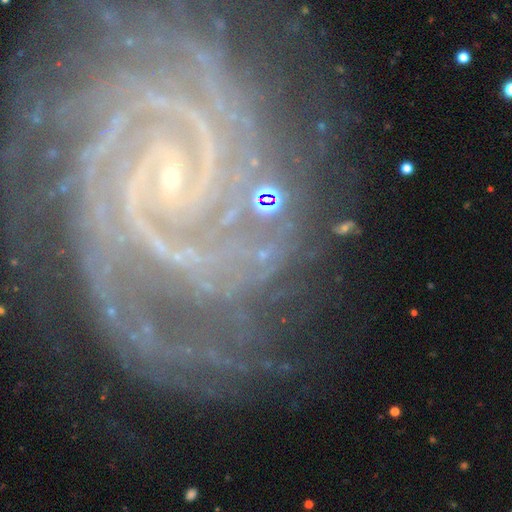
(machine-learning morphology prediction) This appears to be a featured or disk galaxy (91%) with no bar (45%), 2 (37%) tight (72%) spiral arms (99%) and a small central bulge (87%). Merging: none (68%).